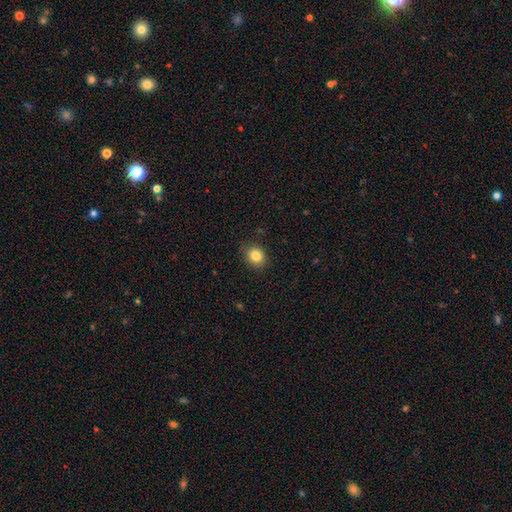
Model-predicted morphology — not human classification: This appears to be a smooth galaxy with no disk features (83%) that is round (68%). Merging: none (85%).